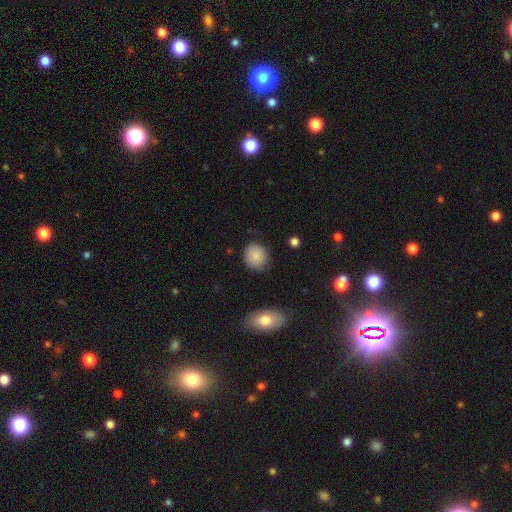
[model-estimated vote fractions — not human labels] This is clearly a smooth galaxy (86%). How rounded: likely round (79%). Merging: clearly none (84%).